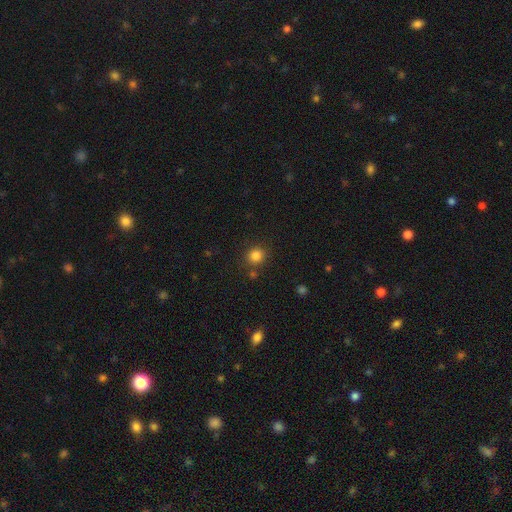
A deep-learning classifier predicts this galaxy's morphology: smooth 82%, star or artifact 13%, featured or disk 5%. Down the decision tree: how rounded — round (88%); merging — none (82%).